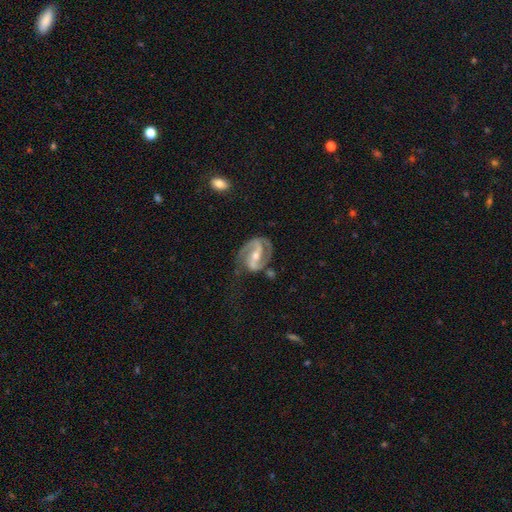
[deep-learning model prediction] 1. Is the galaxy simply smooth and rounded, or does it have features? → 90% featured or disk, 5% smooth, 5% star or artifact.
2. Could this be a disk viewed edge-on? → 97% no, 3% yes.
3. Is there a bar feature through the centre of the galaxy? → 57% strong, 31% weak, 13% no.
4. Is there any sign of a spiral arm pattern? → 97% yes, 3% no.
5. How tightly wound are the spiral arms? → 52% medium, 30% tight, 17% loose.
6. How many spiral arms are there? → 90% 2, 4% 1, 3% can't tell, 2% 3, 1% 4, 1% more than 4.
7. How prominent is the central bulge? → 49% moderate, 47% small, 2% large, 1% none, 1% dominant.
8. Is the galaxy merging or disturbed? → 61% none, 21% minor disturbance, 15% major disturbance, 3% merger.